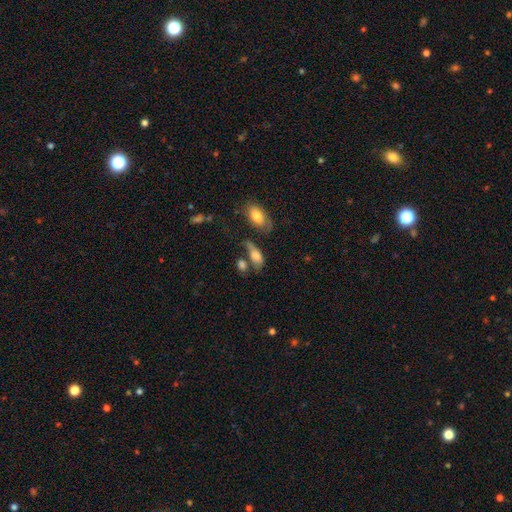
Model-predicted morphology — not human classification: A smooth galaxy with no disk features (74%) that is in between round and cigar-shaped (85%). Merging: none (34%).